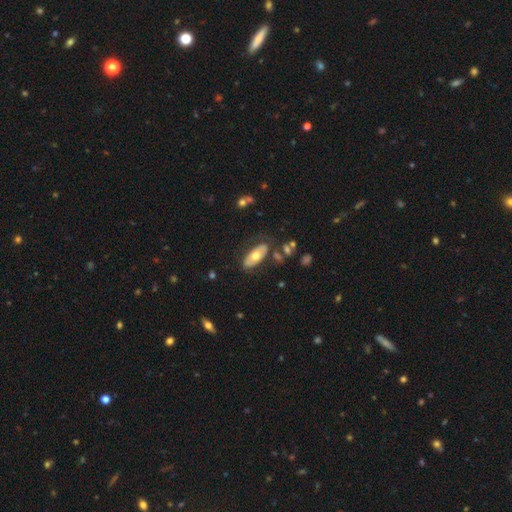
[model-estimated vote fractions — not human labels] smooth_or_featured: smooth (p=0.53) [alt: featured or disk p=0.42]
how_rounded: in between (p=0.88) [alt: cigar-shaped p=0.09]
merging: none (p=0.73) [alt: minor disturbance p=0.16]